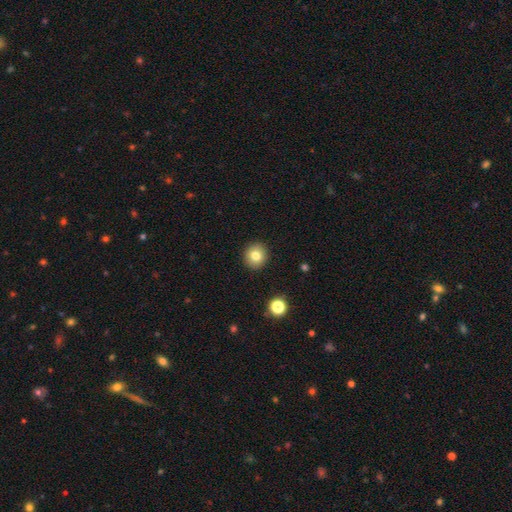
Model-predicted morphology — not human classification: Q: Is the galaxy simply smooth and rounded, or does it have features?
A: smooth — 80%.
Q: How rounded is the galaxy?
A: round — 85%.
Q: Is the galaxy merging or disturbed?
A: none — 92%.